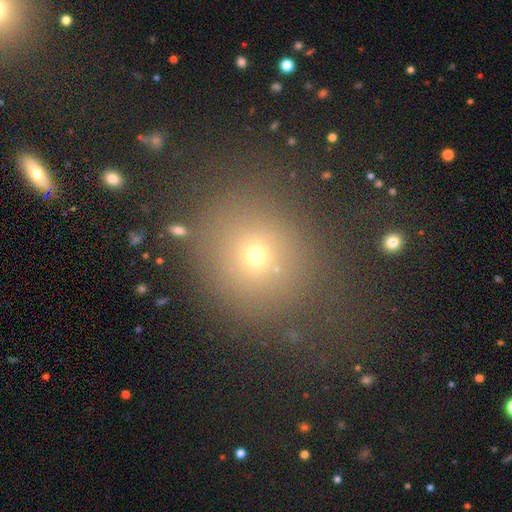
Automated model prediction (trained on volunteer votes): The model was most divided on "smooth or featured": smooth: 65%, star or artifact: 23%, featured or disk: 12%. More confident: how rounded — round (78%); merging — none (74%).